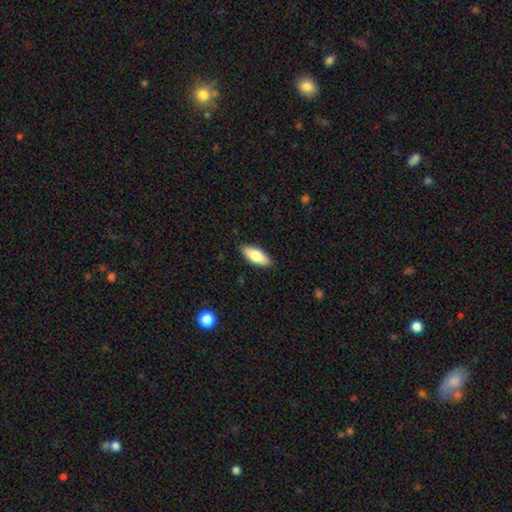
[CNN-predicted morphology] smooth-or-featured: smooth: 77% | featured or disk: 17% | star or artifact: 6%
  how-rounded: in between: 81% | cigar-shaped: 17% | round: 2%
  merging: none: 88% | minor disturbance: 9% | major disturbance: 2% | merger: 1%